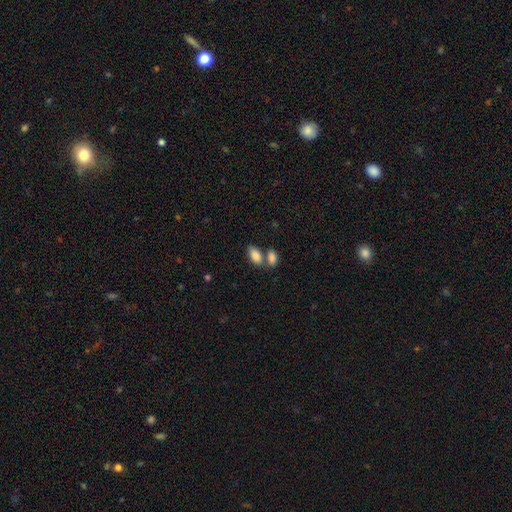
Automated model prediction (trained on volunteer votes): A smooth galaxy with no disk features (86%) that is in between round and cigar-shaped (92%).

Vote fractions:
- Smooth or featured? smooth: 86% / star or artifact: 7% / featured or disk: 7%
- How rounded? in between: 92% / round: 5% / cigar-shaped: 3%
- Merging? merger: 44% / none: 43% / minor disturbance: 10% / major disturbance: 3%